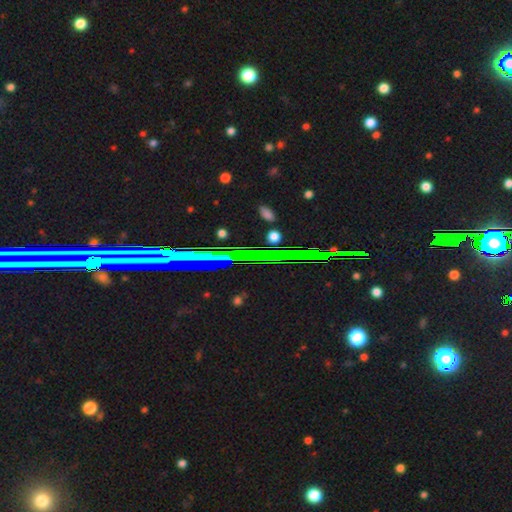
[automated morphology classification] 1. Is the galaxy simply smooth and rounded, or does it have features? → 73% star or artifact, 16% featured or disk, 11% smooth.